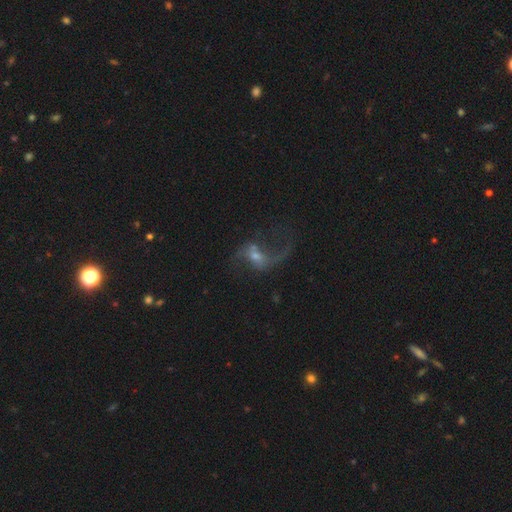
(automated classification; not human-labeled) The model was most divided on "bulge size": small: 45%, moderate: 43%, none: 5%, large: 5%, dominant: 2%. Remaining: edge-on disk — no (97%); spiral arms — yes (89%); spiral winding — loose (85%); spiral arm count — 2 (78%); smooth or featured — featured or disk (78%); merging — none (49%); bar — no (46%).